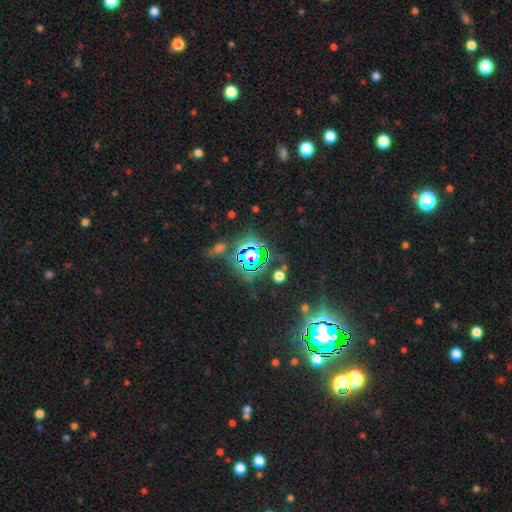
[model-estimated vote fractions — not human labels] smooth_or_featured: star or artifact (p=0.72) [alt: smooth p=0.17]